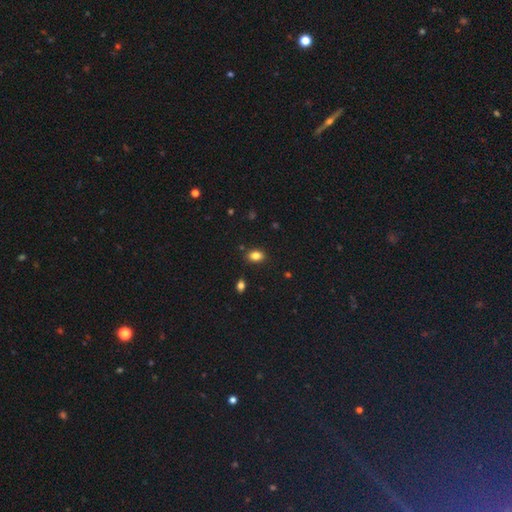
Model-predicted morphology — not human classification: smooth_or_featured: smooth (p=0.83) [alt: star or artifact p=0.11]
how_rounded: in between (p=0.78) [alt: round p=0.21]
merging: none (p=0.85) [alt: minor disturbance p=0.10]